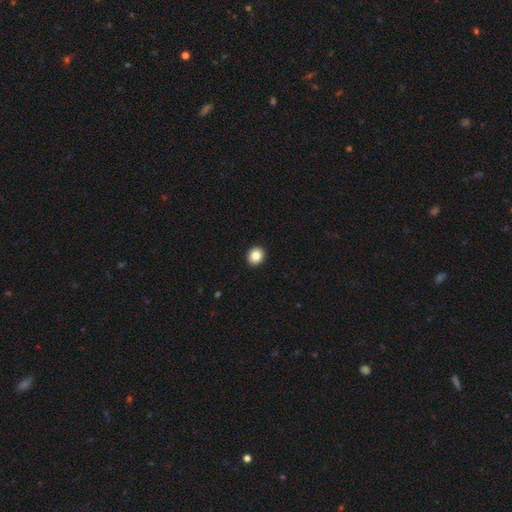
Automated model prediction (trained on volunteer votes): Smooth or featured?
  - smooth: 86% *
  - star or artifact: 9%
  - featured or disk: 5%
How rounded?
  - round: 84% *
  - in between: 15%
  - cigar-shaped: 1%
Merging?
  - none: 94% *
  - minor disturbance: 4%
  - major disturbance: 1%
  - merger: 1%